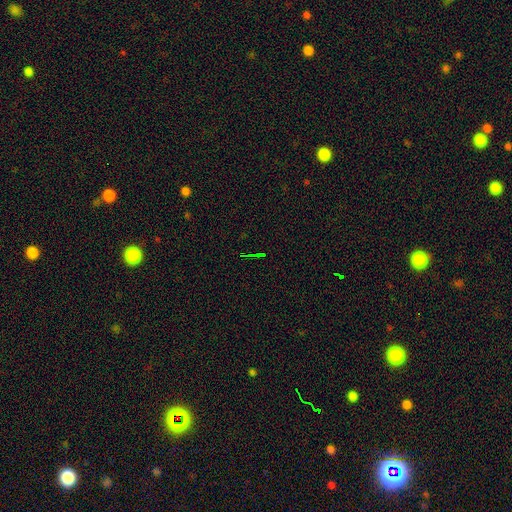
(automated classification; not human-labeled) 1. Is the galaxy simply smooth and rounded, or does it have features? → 74% star or artifact, 13% featured or disk, 13% smooth.